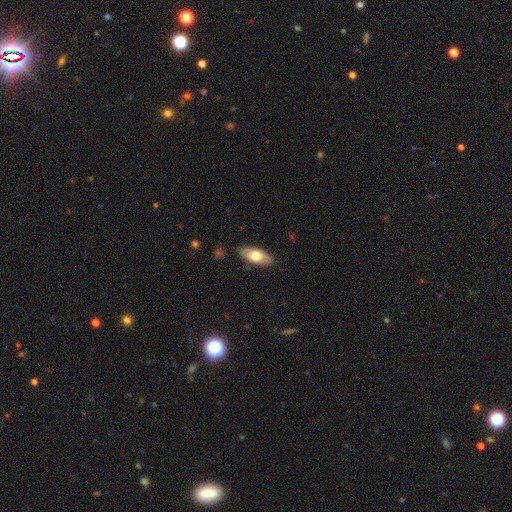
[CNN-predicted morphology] smooth-or-featured: smooth: 70% | featured or disk: 24% | star or artifact: 6%
  how-rounded: in between: 83% | cigar-shaped: 14% | round: 3%
  merging: none: 85% | minor disturbance: 11% | major disturbance: 2% | merger: 1%